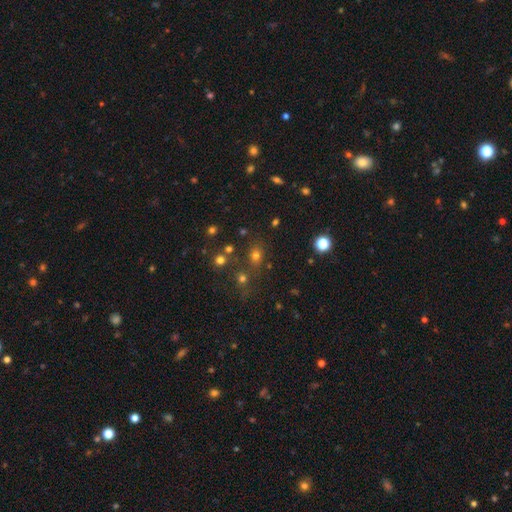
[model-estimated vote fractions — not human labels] Smooth or featured? Predicted: smooth (p=0.62). How rounded? Predicted: round (p=0.61). Merging? Predicted: none (p=0.70).